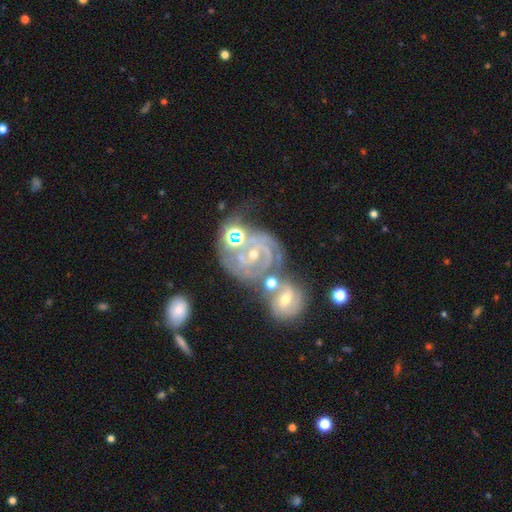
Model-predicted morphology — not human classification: A star or artifact, not a galaxy (45%).